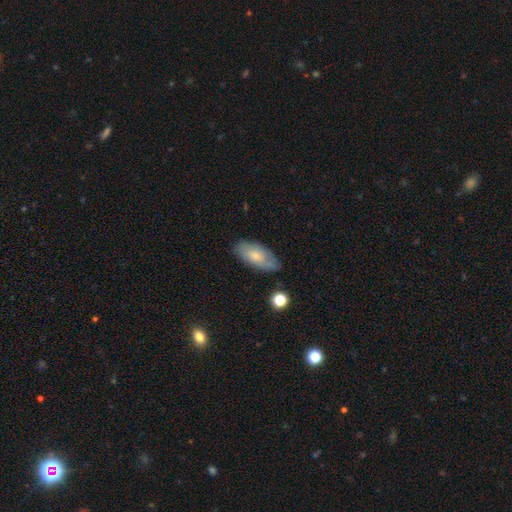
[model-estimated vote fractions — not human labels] smooth-or-featured: smooth: 63% | featured or disk: 30% | star or artifact: 7%
  how-rounded: in between: 89% | cigar-shaped: 7% | round: 3%
  merging: none: 73% | minor disturbance: 20% | major disturbance: 4% | merger: 2%